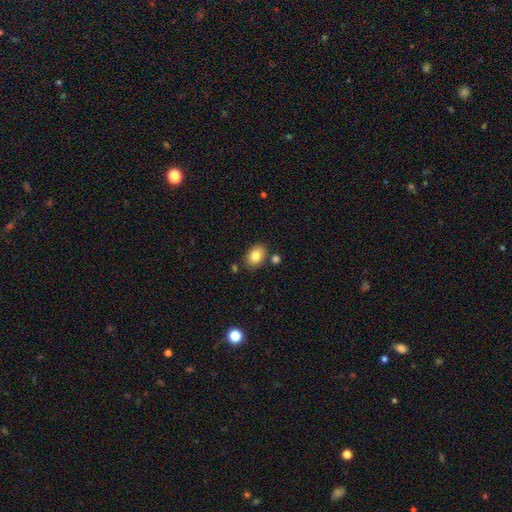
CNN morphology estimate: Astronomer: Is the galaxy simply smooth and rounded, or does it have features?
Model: smooth — 81%.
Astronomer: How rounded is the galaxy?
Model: in between — 71%.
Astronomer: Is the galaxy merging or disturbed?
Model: none — 80%.